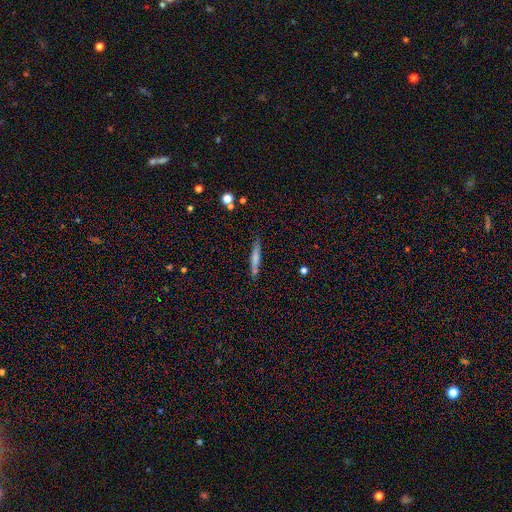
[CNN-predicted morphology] A smooth galaxy with no disk features (56%) that is cigar-shaped (93%). Merging: none (84%).